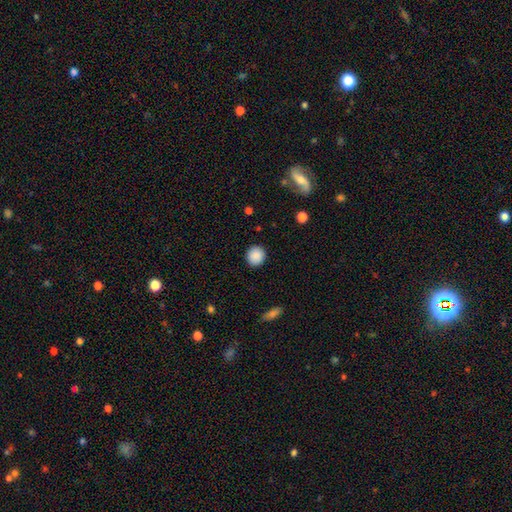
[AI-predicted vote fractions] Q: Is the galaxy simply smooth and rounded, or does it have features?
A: smooth — 89%.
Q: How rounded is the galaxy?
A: round — 91%.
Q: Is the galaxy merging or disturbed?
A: none — 91%.